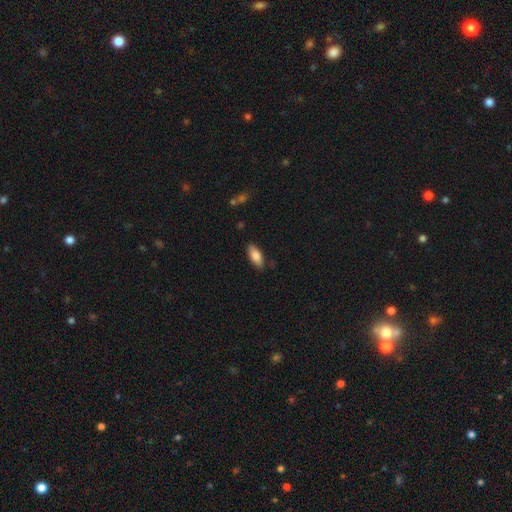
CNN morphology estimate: Smooth or featured? smooth (83%)
How rounded? in between (83%)
Merging? none (83%)